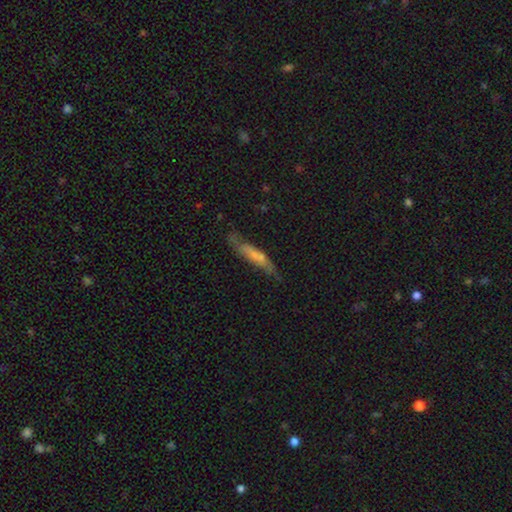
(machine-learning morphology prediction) Smooth or featured? smooth (51%)
How rounded? cigar-shaped (82%)
Merging? none (58%)